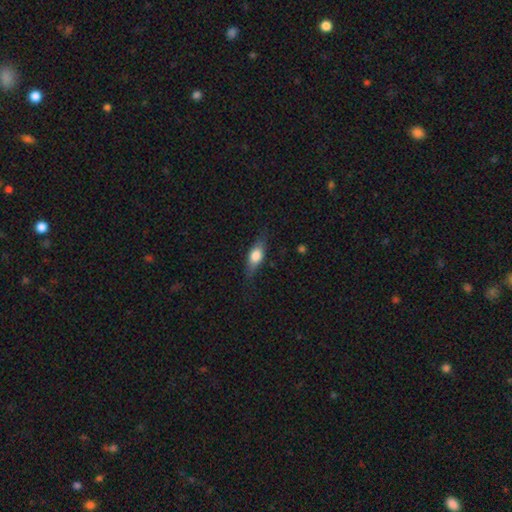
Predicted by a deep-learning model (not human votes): smooth_or_featured: smooth (p=0.62) [alt: featured or disk p=0.31]
how_rounded: in between (p=0.65) [alt: cigar-shaped p=0.27]
merging: none (p=0.75) [alt: minor disturbance p=0.18]